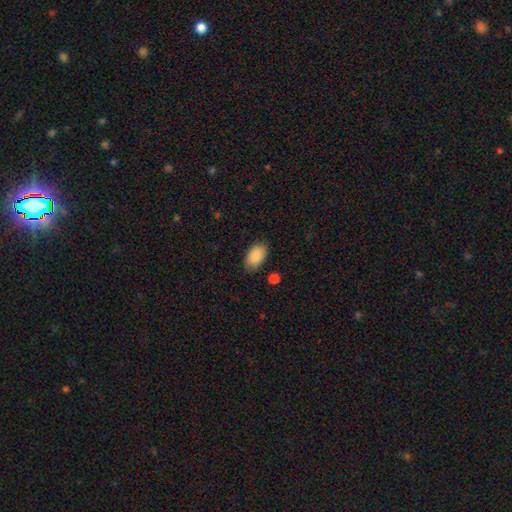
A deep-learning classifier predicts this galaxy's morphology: Smooth or featured? Predicted: smooth (p=0.89). How rounded? Predicted: in between (p=0.94). Merging? Predicted: none (p=0.84).